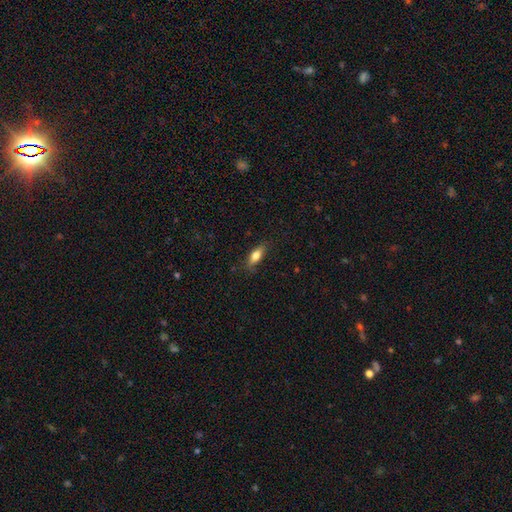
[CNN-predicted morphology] Q: Smooth or featured?
A: smooth (76%); runner-up: featured or disk (16%)
Q: How rounded?
A: in between (69%); runner-up: cigar-shaped (28%)
Q: Merging?
A: none (78%); runner-up: minor disturbance (17%)